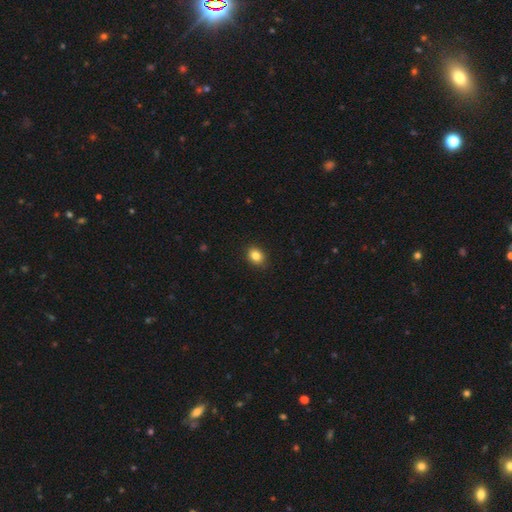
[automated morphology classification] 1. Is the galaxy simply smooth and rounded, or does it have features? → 85% smooth, 10% star or artifact, 6% featured or disk.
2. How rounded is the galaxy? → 57% in between, 42% round, 1% cigar-shaped.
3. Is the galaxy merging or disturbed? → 89% none, 8% minor disturbance, 2% major disturbance, 1% merger.